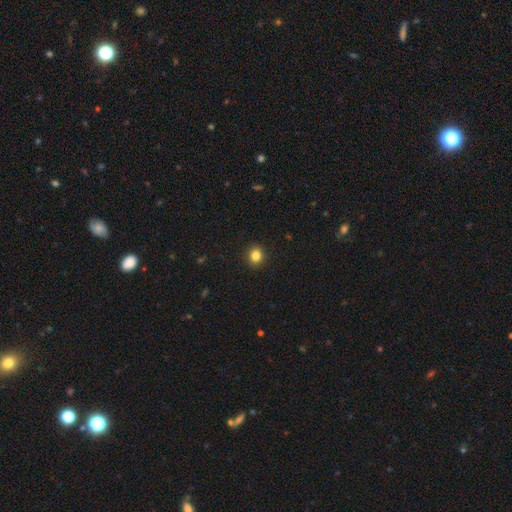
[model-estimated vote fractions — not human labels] Overall: smooth (85%). How rounded: round (74%). Merging: none (92%).